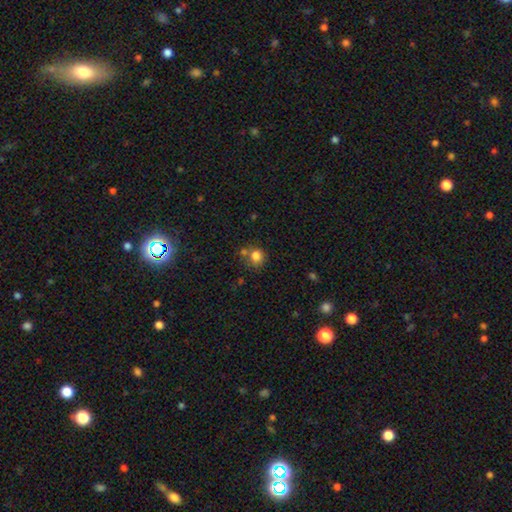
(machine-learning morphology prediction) Overall: smooth (80%). How rounded: round (85%). Merging: none (57%; merger 23%).